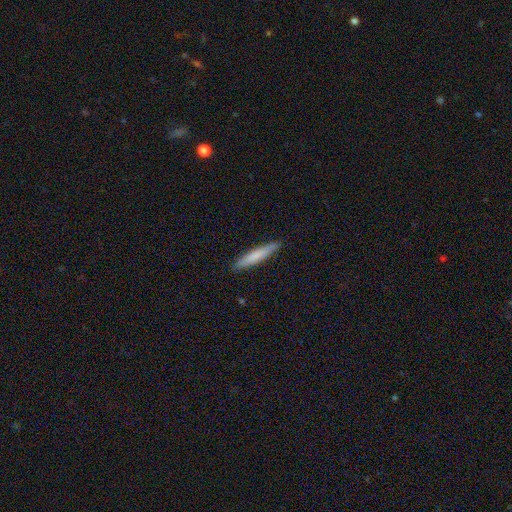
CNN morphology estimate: smooth_or_featured: smooth (p=0.75) [alt: featured or disk p=0.20]
how_rounded: cigar-shaped (p=0.93) [alt: in between p=0.06]
merging: none (p=0.89) [alt: minor disturbance p=0.08]